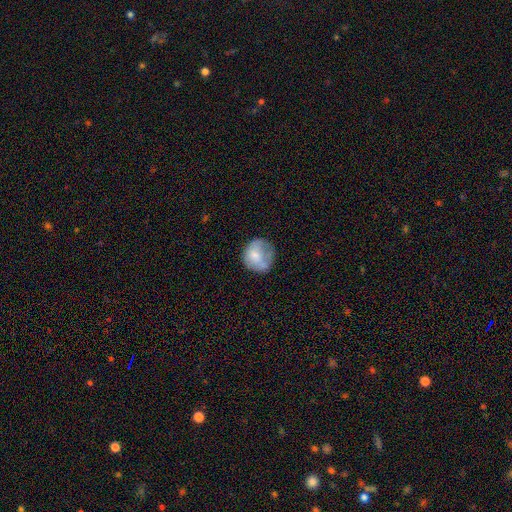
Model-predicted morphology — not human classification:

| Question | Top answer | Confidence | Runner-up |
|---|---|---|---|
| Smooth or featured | smooth | 67% | featured or disk (25%) |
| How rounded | round | 75% | in between (24%) |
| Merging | none | 49% | minor disturbance (29%) |